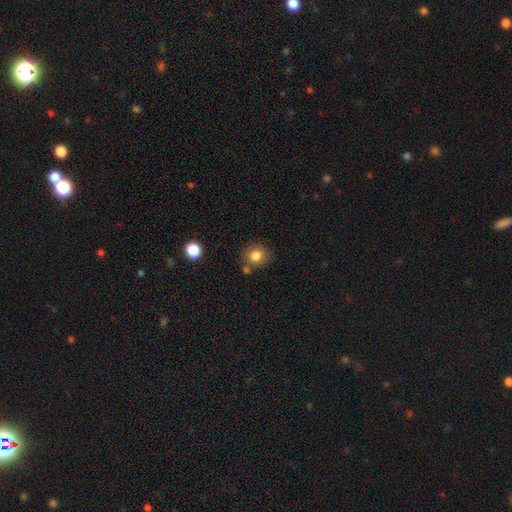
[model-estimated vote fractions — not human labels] This is clearly a smooth galaxy (82%). How rounded: clearly round (86%). Merging: likely none (77%).